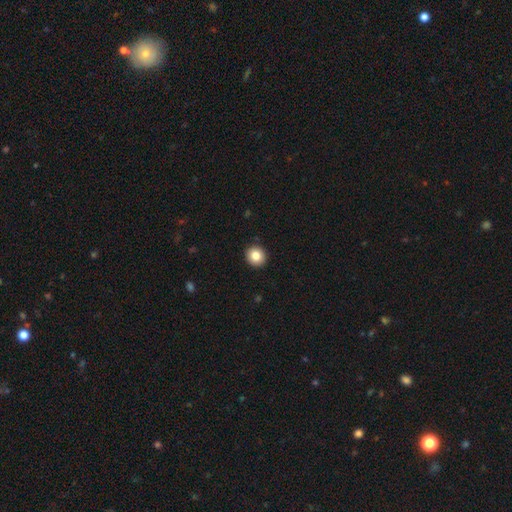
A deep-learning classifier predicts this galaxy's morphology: type=smooth (83%); roundness=round (88%); merging=none (93%).